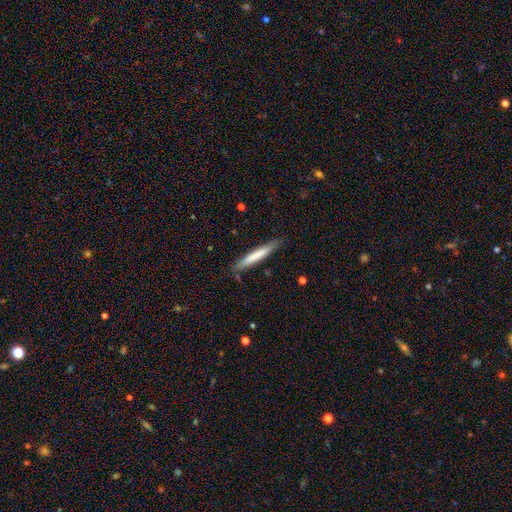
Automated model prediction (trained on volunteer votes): A smooth galaxy with no disk features (71%) that is cigar-shaped (95%). Merging: none (85%).